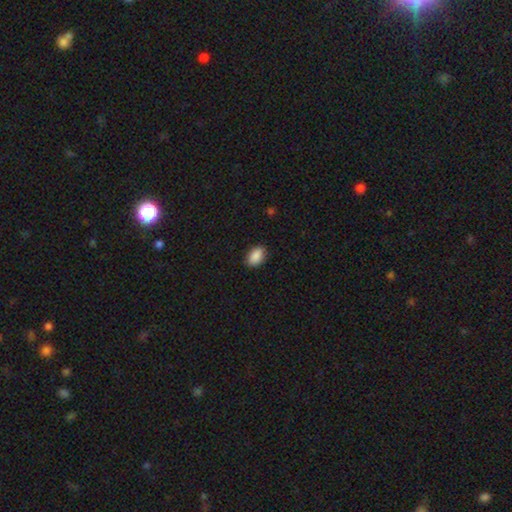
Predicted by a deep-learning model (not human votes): smooth 89%, star or artifact 7%, featured or disk 4%. Down the decision tree: how rounded — in between (87%); merging — none (85%).